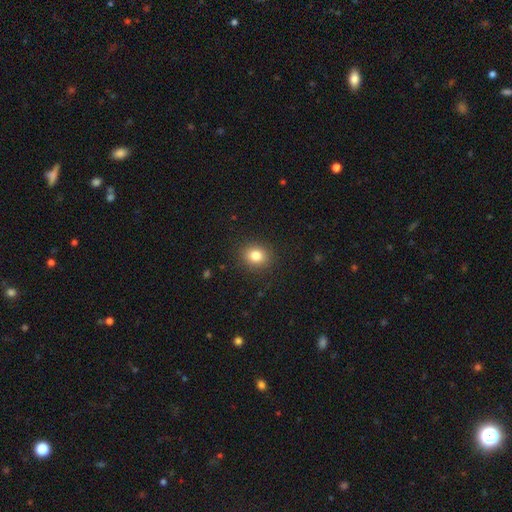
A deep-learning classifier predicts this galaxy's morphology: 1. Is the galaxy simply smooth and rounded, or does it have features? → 83% smooth, 11% star or artifact, 6% featured or disk.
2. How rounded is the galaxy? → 72% round, 28% in between, 1% cigar-shaped.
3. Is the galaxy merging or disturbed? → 89% none, 8% minor disturbance, 3% major disturbance, 1% merger.